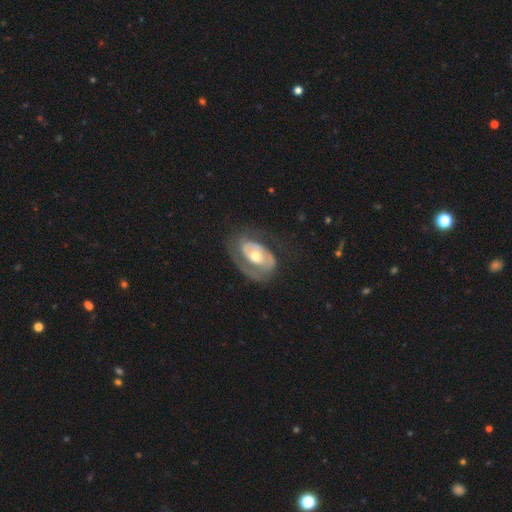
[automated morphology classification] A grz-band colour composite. It shows a featured or disk galaxy (77%) with no bar (57%), 2 (47%) tight (50%) spiral arms (75%) and a moderate central bulge (72%). Merging: none (58%).